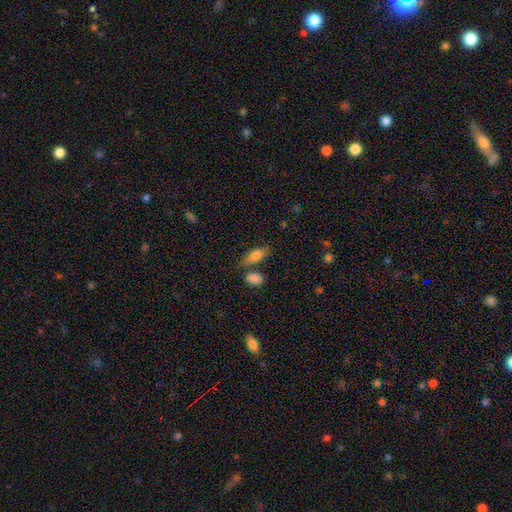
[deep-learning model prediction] A smooth galaxy with no disk features (78%) that is in between round and cigar-shaped (79%). Merging: none (57%).